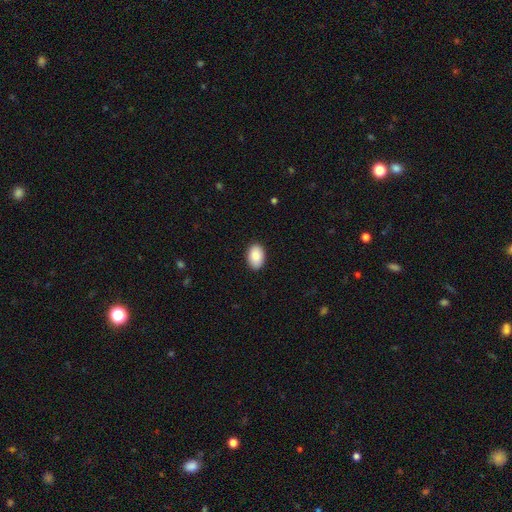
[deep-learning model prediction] This is clearly a smooth galaxy (88%). How rounded: clearly in between (90%). Merging: clearly none (89%).